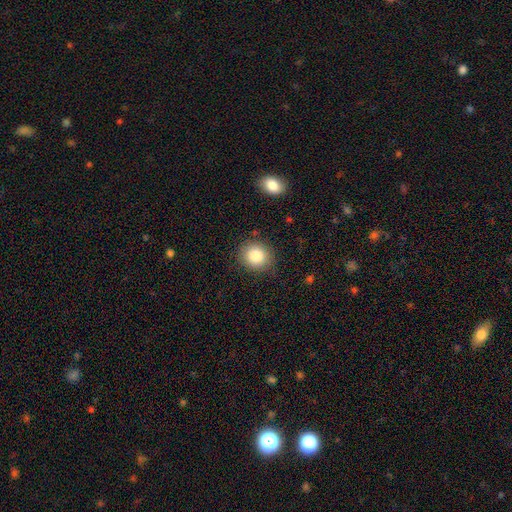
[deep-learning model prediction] Smooth or featured? smooth (83%)
How rounded? round (78%)
Merging? none (85%)